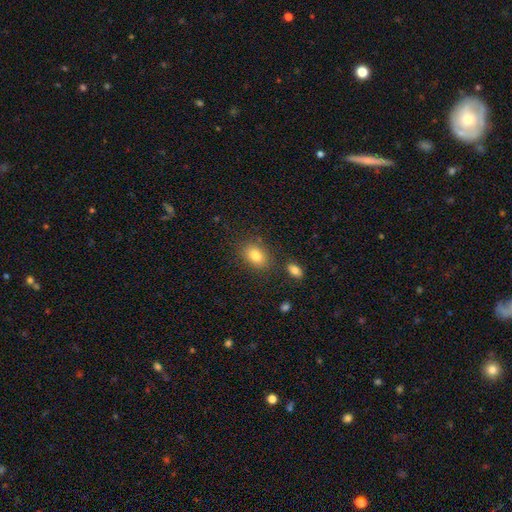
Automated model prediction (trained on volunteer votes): smooth-or-featured: smooth: 81% | featured or disk: 10% | star or artifact: 9%
  how-rounded: in between: 79% | round: 20% | cigar-shaped: 1%
  merging: none: 79% | minor disturbance: 12% | merger: 5% | major disturbance: 3%